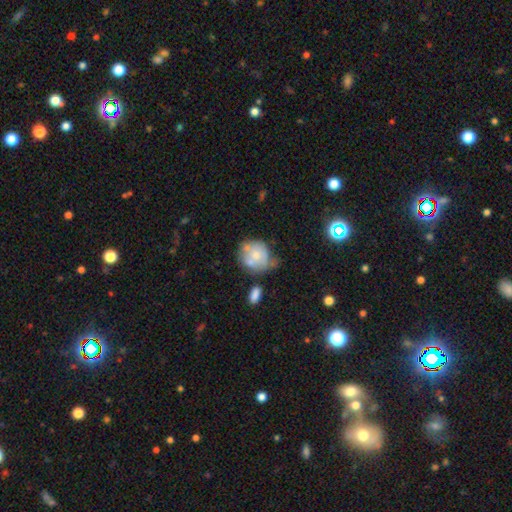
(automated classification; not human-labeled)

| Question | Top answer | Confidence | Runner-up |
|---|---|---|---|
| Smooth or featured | smooth | 56% | featured or disk (37%) |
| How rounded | round | 73% | in between (26%) |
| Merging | none | 37% | minor disturbance (28%) |